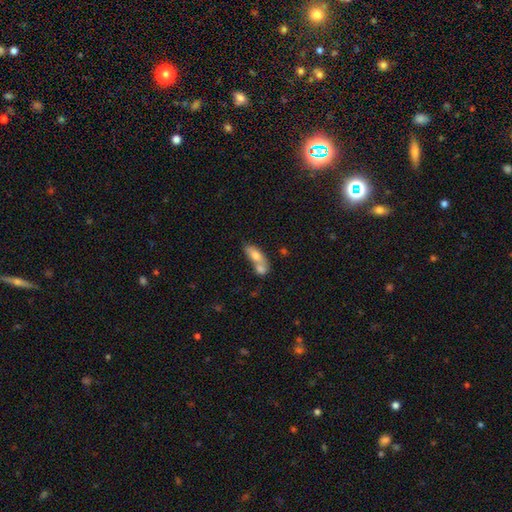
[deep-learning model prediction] Overall: smooth (68%). How rounded: in between (73%). Merging: merger (61%; none 24%).